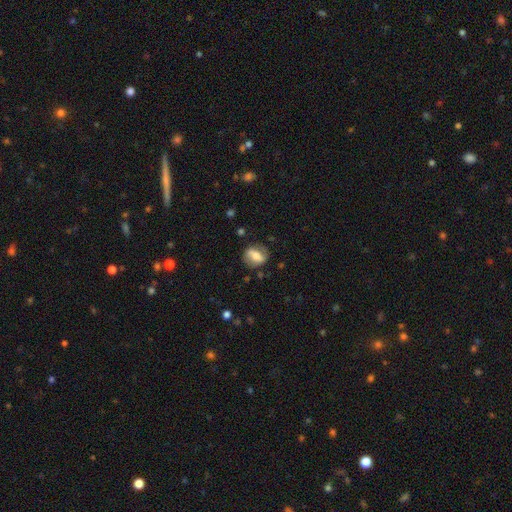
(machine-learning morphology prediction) featured or disk 49%, smooth 43%, star or artifact 8%. Down the decision tree: merging — none (74%).